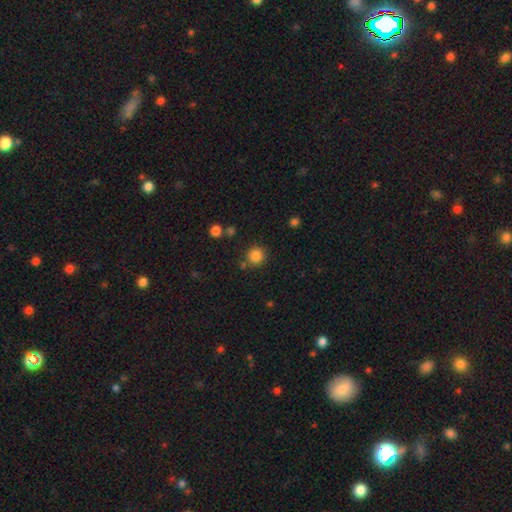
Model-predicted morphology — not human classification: This appears to be a smooth galaxy with no disk features (84%) that is round (93%). Merging: none (84%).